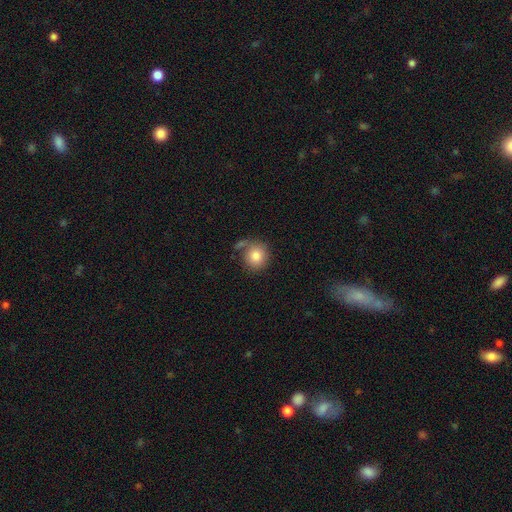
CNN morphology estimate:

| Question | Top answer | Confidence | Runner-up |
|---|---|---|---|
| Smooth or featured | smooth | 83% | featured or disk (9%) |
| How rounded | round | 86% | in between (13%) |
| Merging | none | 61% | minor disturbance (17%) |